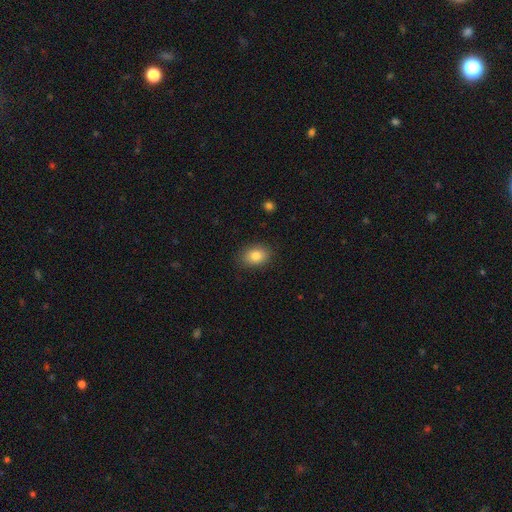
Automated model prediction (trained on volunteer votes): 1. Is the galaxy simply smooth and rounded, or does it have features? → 83% smooth, 9% star or artifact, 8% featured or disk.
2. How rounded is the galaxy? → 71% in between, 28% round, 1% cigar-shaped.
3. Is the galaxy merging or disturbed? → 86% none, 10% minor disturbance, 3% major disturbance, 1% merger.